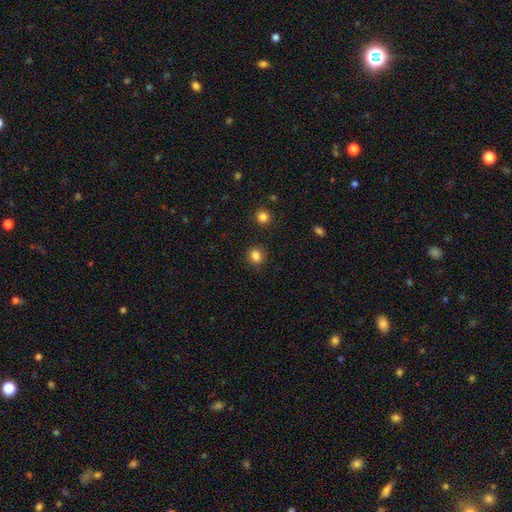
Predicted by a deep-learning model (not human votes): Smooth or featured? Predicted: smooth (p=0.84). How rounded? Predicted: round (p=0.71). Merging? Predicted: none (p=0.87).